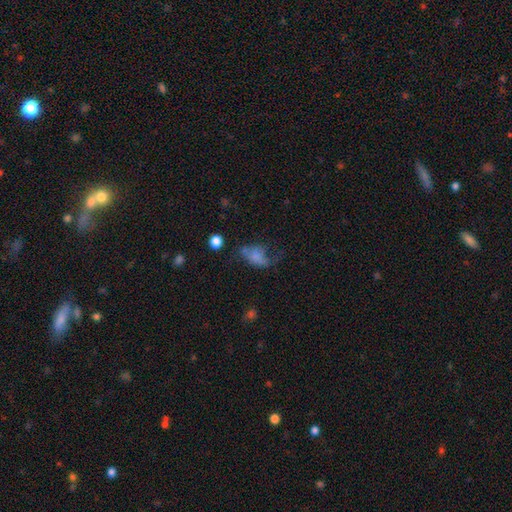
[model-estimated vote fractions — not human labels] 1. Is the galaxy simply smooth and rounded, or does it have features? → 60% smooth, 26% featured or disk, 13% star or artifact.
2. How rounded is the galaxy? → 78% in between, 19% round, 3% cigar-shaped.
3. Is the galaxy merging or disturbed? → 38% major disturbance, 28% none, 25% minor disturbance, 10% merger.